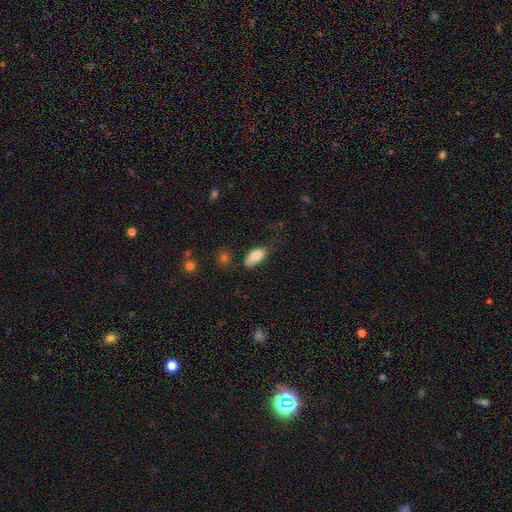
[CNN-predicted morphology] This is clearly a smooth galaxy (83%). How rounded: clearly in between (90%). Merging: possibly none (52%).